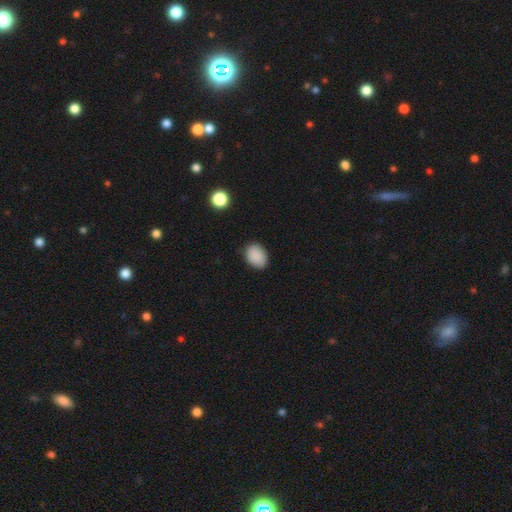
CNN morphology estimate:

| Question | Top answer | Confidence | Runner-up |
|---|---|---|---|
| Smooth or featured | smooth | 88% | star or artifact (8%) |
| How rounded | in between | 73% | round (26%) |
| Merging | none | 84% | minor disturbance (13%) |